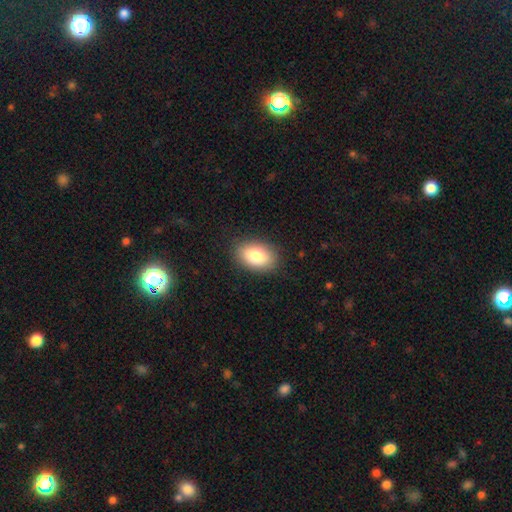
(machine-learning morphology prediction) A smooth galaxy with no disk features (84%) that is in between round and cigar-shaped (89%). Merging: none (87%).